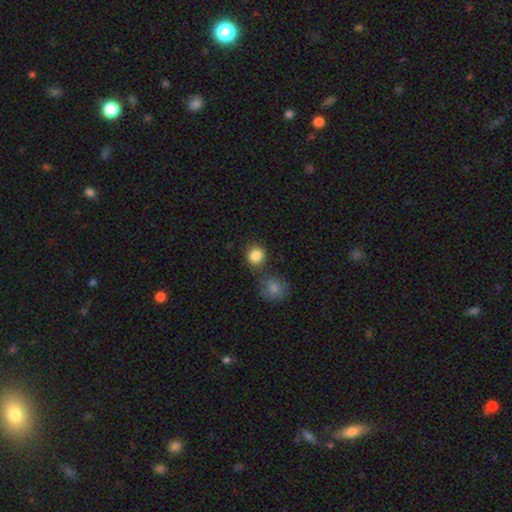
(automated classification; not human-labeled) This appears to be a smooth galaxy with no disk features (86%) that is round (84%). Merging: none (71%).